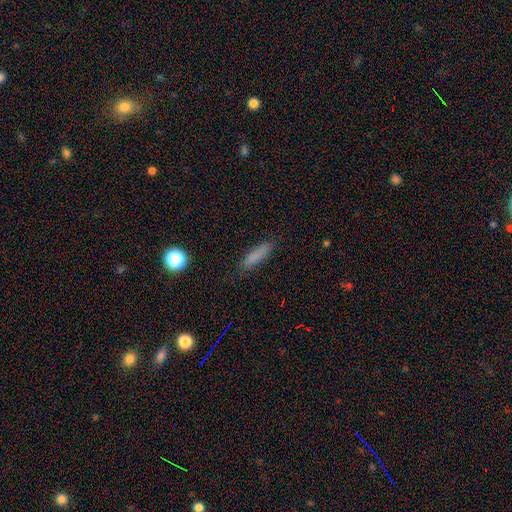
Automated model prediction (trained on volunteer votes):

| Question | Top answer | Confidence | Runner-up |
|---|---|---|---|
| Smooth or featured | smooth | 82% | star or artifact (10%) |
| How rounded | cigar-shaped | 73% | in between (25%) |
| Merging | none | 83% | minor disturbance (12%) |